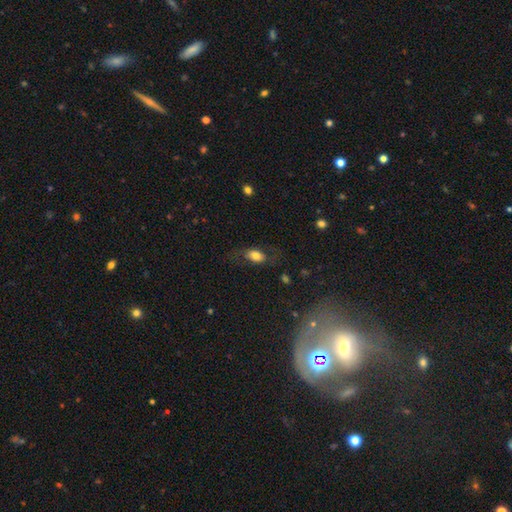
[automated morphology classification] A smooth galaxy with no disk features (71%) that is in between round and cigar-shaped (86%). Merging: none (67%).